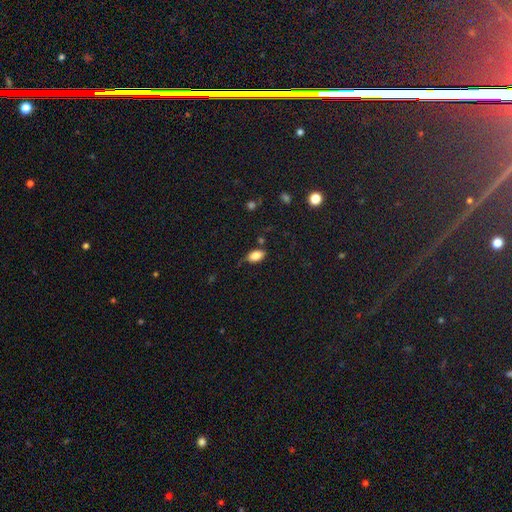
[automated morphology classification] smooth 83%, star or artifact 8%, featured or disk 8%. Down the decision tree: how rounded — in between (91%); merging — none (70%).